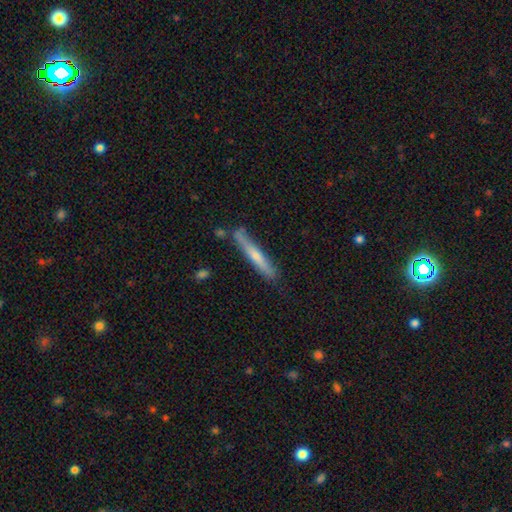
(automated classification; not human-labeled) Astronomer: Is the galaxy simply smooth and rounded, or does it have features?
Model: smooth — 52% (runner-up: featured or disk, 42%).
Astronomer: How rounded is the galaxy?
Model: cigar-shaped — 95%.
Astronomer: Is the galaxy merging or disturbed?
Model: none — 76%.